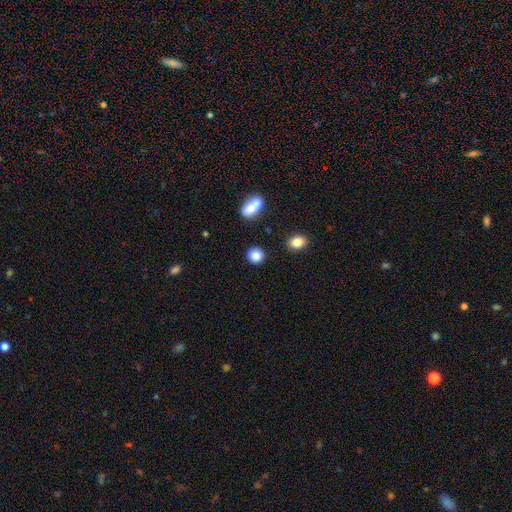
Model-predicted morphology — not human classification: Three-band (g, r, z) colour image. It shows a smooth galaxy with no disk features (86%) that is round (88%). Merging: none (88%).